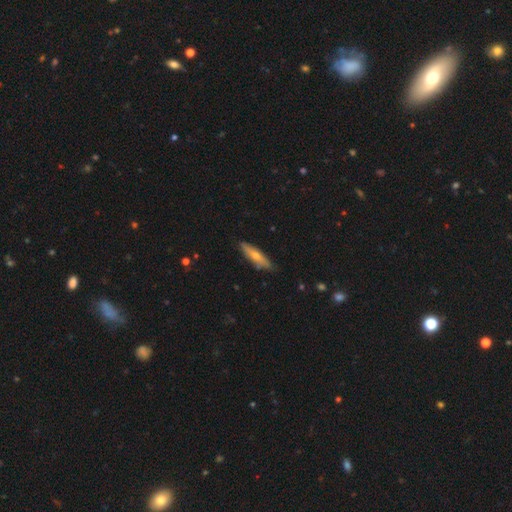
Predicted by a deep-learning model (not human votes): smooth-or-featured: smooth: 61% | featured or disk: 34% | star or artifact: 6%
  how-rounded: cigar-shaped: 69% | in between: 29% | round: 2%
  merging: none: 82% | minor disturbance: 14% | major disturbance: 2% | merger: 2%